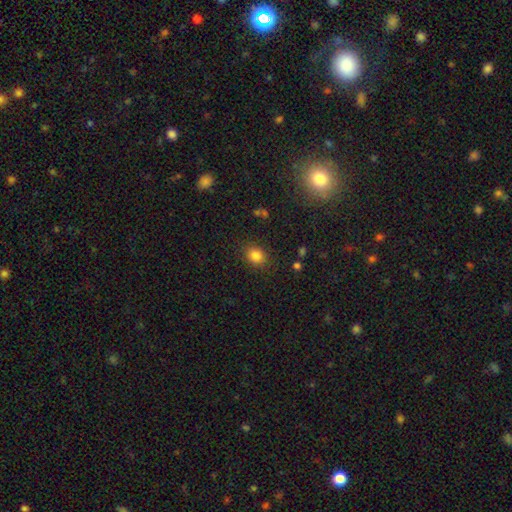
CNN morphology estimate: Q: Smooth or featured?
A: smooth (83%); runner-up: star or artifact (12%)
Q: How rounded?
A: round (60%); runner-up: in between (39%)
Q: Merging?
A: none (86%); runner-up: minor disturbance (9%)